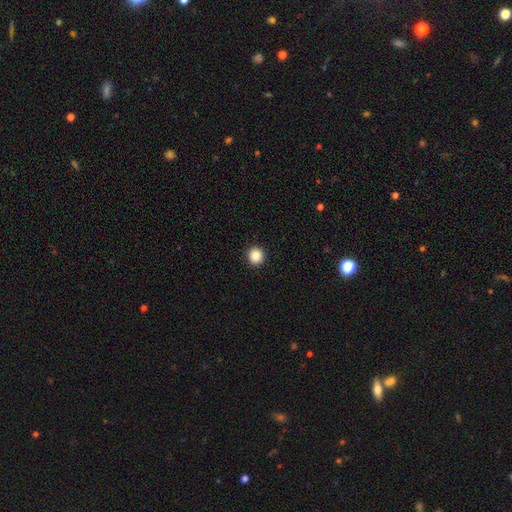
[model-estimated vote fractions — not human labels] Overall: smooth (88%). How rounded: round (94%). Merging: none (93%).